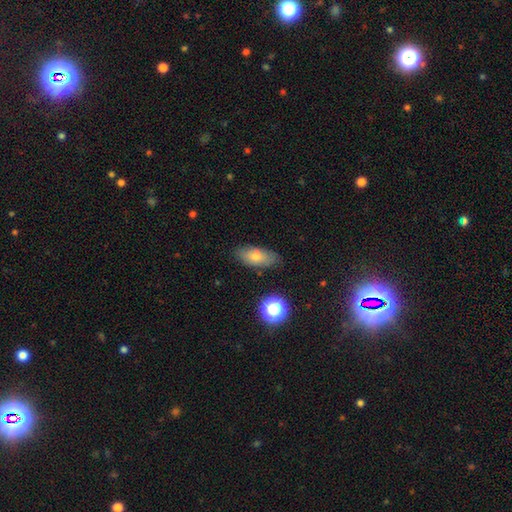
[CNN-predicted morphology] Q: Smooth or featured?
A: smooth (72%); runner-up: featured or disk (17%)
Q: How rounded?
A: in between (83%); runner-up: cigar-shaped (11%)
Q: Merging?
A: none (81%); runner-up: minor disturbance (14%)